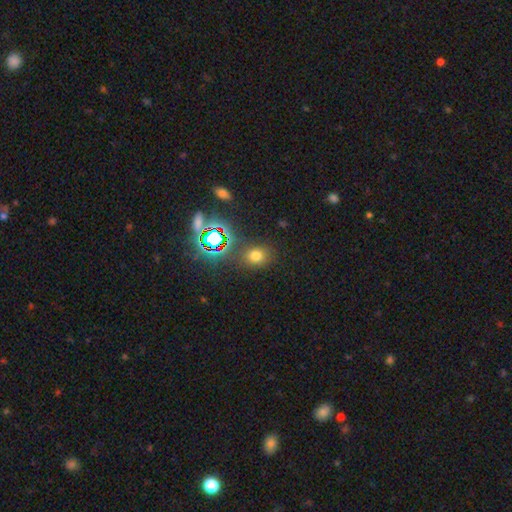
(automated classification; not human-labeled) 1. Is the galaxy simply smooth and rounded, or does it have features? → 64% smooth, 28% star or artifact, 8% featured or disk.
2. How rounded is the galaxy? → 56% round, 42% in between, 1% cigar-shaped.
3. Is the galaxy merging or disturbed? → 80% none, 11% minor disturbance, 5% major disturbance, 4% merger.